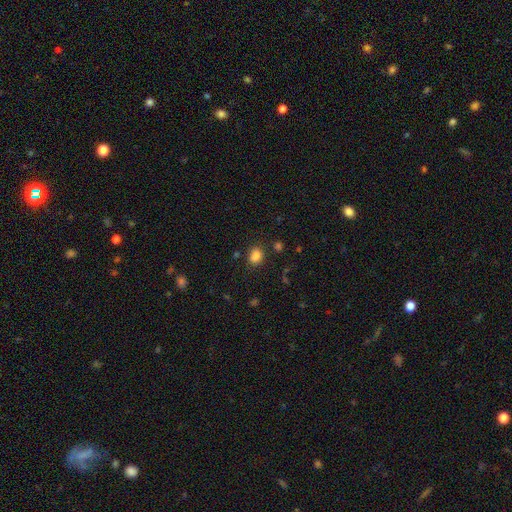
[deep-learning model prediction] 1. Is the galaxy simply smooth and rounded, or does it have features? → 84% smooth, 12% star or artifact, 4% featured or disk.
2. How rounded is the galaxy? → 64% in between, 35% round, 1% cigar-shaped.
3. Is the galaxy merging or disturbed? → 80% none, 12% minor disturbance, 4% merger, 4% major disturbance.